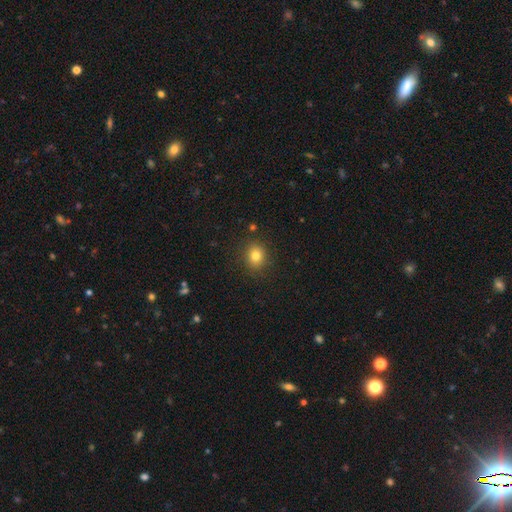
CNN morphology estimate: type=smooth (80%); roundness=round (69%); merging=none (87%).